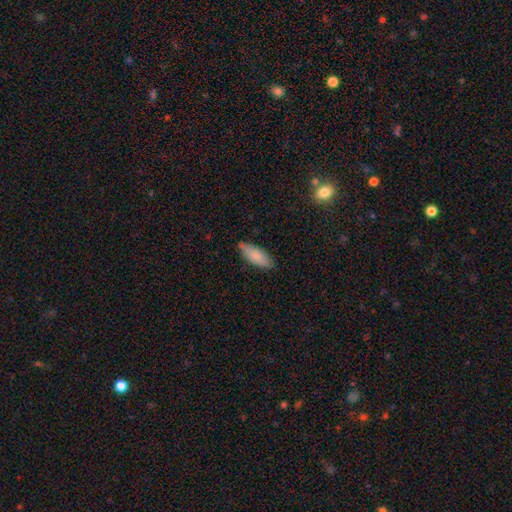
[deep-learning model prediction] Smooth or featured? smooth (82%)
How rounded? in between (72%)
Merging? none (81%)